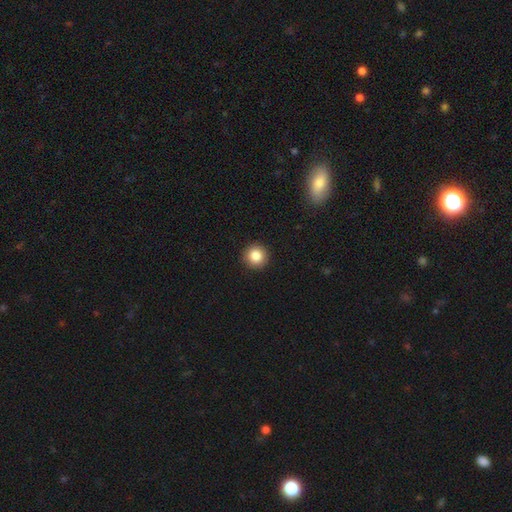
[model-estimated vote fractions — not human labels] Smooth or featured?
  - smooth: 85% *
  - star or artifact: 10%
  - featured or disk: 5%
How rounded?
  - round: 95% *
  - in between: 4%
  - cigar-shaped: 1%
Merging?
  - none: 93% *
  - minor disturbance: 5%
  - major disturbance: 2%
  - merger: 1%